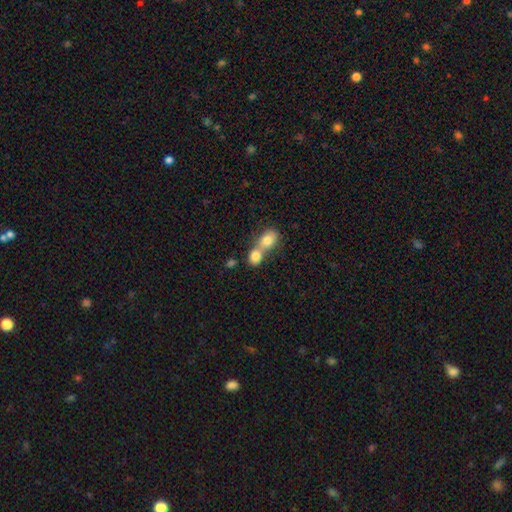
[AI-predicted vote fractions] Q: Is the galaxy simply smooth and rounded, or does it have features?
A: smooth — 80%.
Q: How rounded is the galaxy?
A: in between — 52%.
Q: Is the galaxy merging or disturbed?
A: merger — 70%.